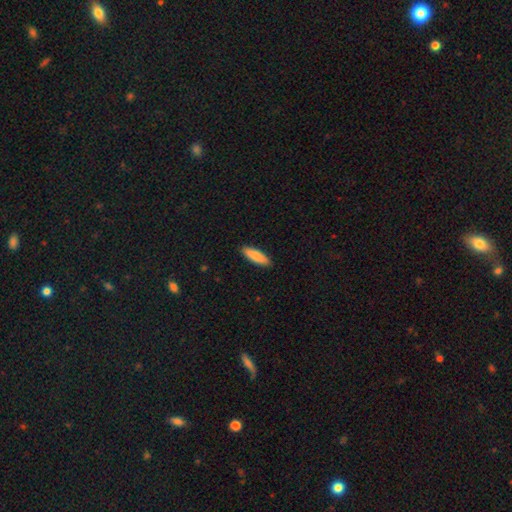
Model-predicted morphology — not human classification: Smooth or featured? smooth (86%)
How rounded? cigar-shaped (52%)
Merging? none (90%)